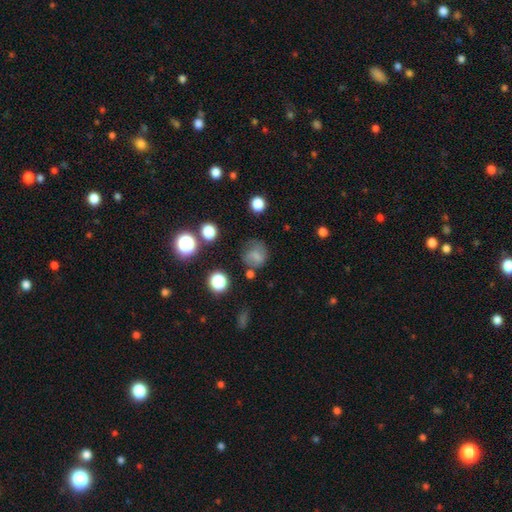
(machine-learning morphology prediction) This appears to be a smooth galaxy with no disk features (65%) that is round (77%). Merging: none (59%).